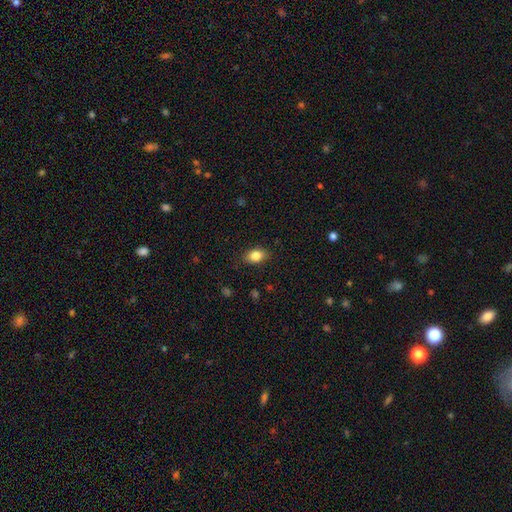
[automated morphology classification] smooth 84%, star or artifact 9%, featured or disk 7%. Down the decision tree: how rounded — in between (80%); merging — none (86%).